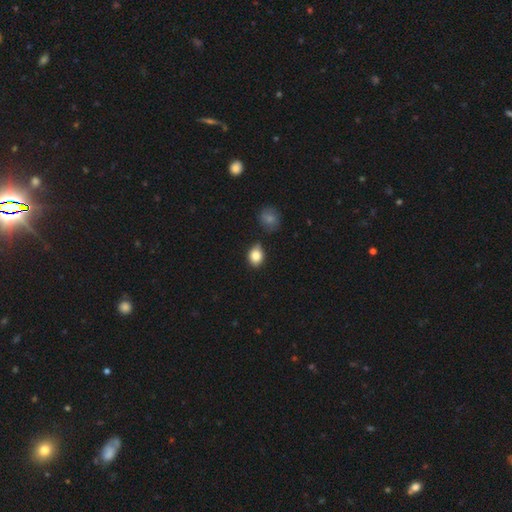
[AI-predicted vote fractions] Smooth or featured? smooth (85%)
How rounded? in between (51%)
Merging? none (74%)